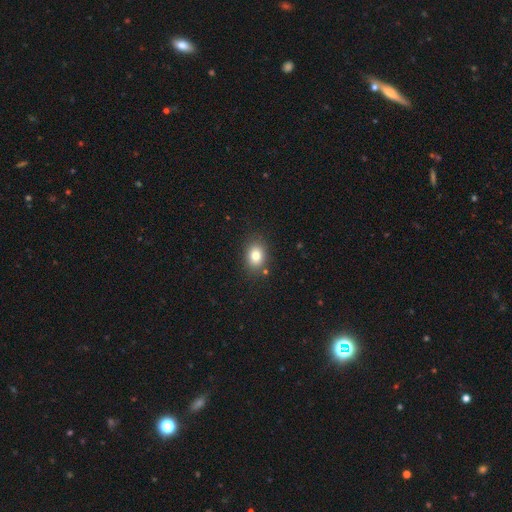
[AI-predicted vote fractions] Q: Smooth or featured?
A: smooth (81%); runner-up: star or artifact (11%)
Q: How rounded?
A: in between (59%); runner-up: round (40%)
Q: Merging?
A: none (84%); runner-up: minor disturbance (10%)